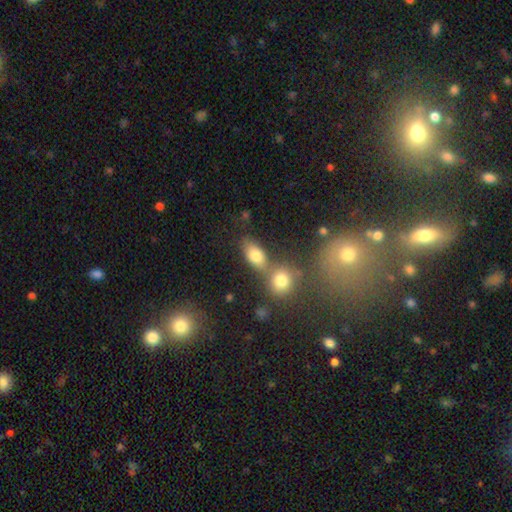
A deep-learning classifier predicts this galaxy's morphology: Overall: smooth (76%). How rounded: in between (80%). Merging: none (55%; merger 27%).